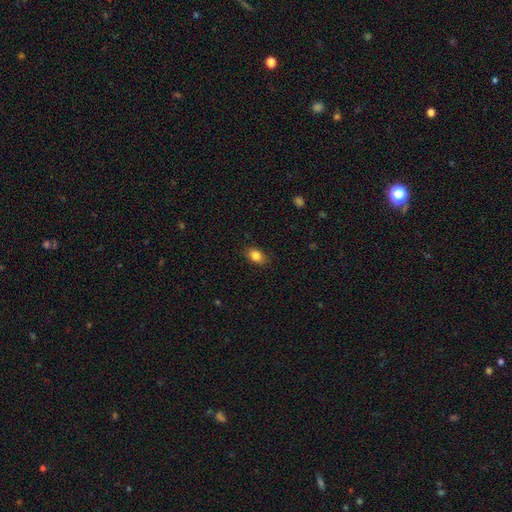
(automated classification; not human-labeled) Smooth or featured: smooth — 84% (star or artifact — 9%)
How rounded: in between — 81% (round — 17%)
Merging: none — 86% (minor disturbance — 11%)